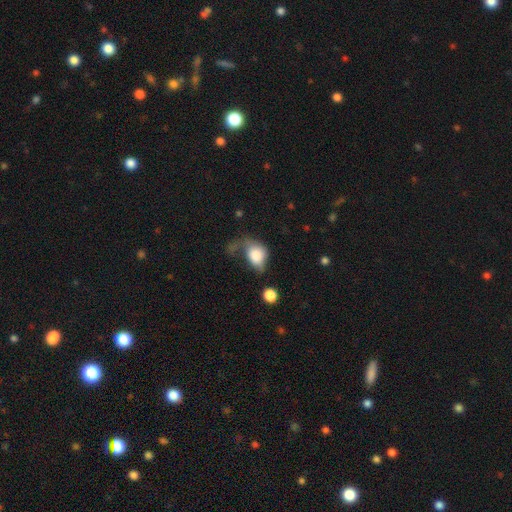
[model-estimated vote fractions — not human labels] Overall: smooth (76%). How rounded: in between (64%; round 34%). Merging: major disturbance (46%; minor disturbance 26%).